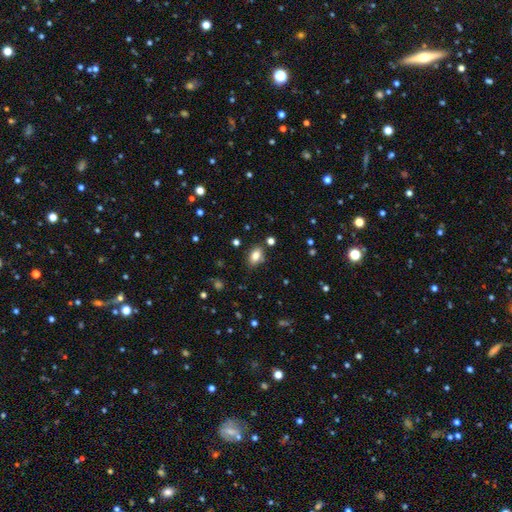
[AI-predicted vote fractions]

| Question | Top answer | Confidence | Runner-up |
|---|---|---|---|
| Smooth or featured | smooth | 82% | star or artifact (10%) |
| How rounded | in between | 87% | round (11%) |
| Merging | none | 80% | minor disturbance (13%) |